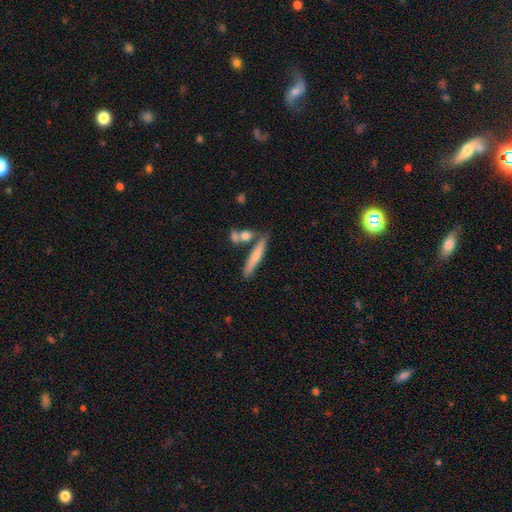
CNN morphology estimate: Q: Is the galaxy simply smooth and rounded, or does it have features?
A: smooth — 60%.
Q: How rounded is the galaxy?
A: cigar-shaped — 89%.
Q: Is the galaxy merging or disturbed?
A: none — 70%.